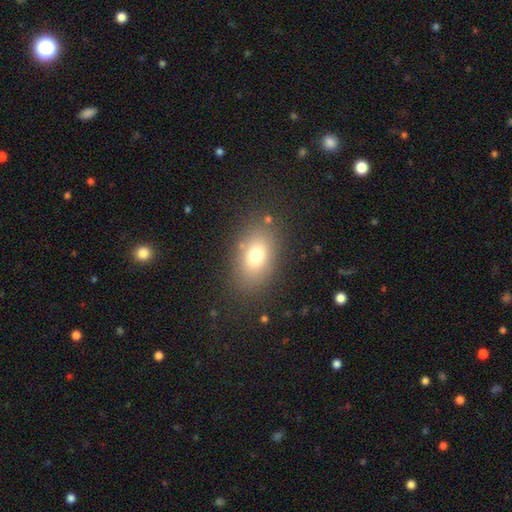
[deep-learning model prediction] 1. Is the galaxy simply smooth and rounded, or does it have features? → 75% smooth, 13% featured or disk, 11% star or artifact.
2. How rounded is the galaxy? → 84% in between, 14% round, 2% cigar-shaped.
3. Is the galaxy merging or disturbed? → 82% none, 11% minor disturbance, 5% major disturbance, 2% merger.